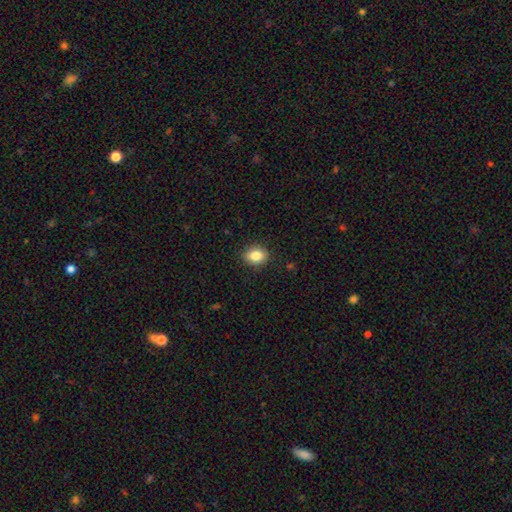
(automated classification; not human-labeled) smooth_or_featured: smooth (p=0.85) [alt: star or artifact p=0.09]
how_rounded: in between (p=0.53) [alt: round p=0.46]
merging: none (p=0.88) [alt: minor disturbance p=0.09]